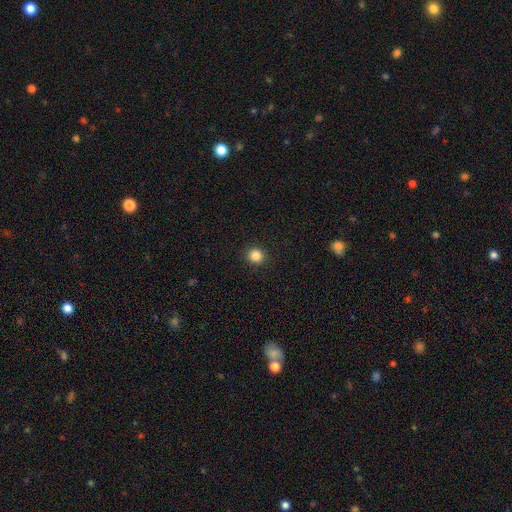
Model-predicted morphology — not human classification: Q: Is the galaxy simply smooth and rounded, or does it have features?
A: smooth — 85%.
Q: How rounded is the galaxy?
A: round — 91%.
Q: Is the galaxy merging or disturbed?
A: none — 92%.